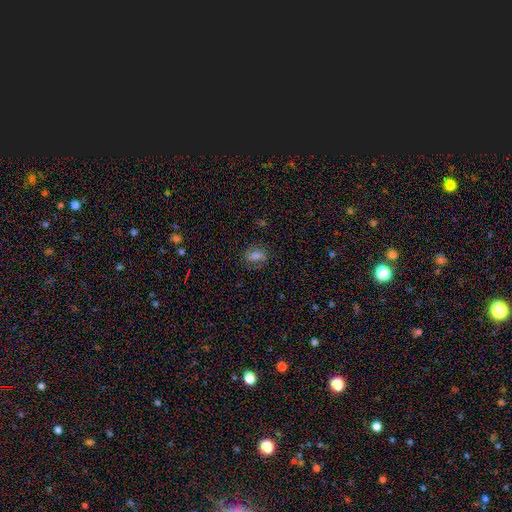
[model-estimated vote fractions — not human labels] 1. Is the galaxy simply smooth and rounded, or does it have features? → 56% smooth, 30% featured or disk, 14% star or artifact.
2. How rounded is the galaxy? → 68% in between, 26% round, 6% cigar-shaped.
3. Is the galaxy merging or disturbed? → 76% none, 16% minor disturbance, 6% major disturbance, 2% merger.